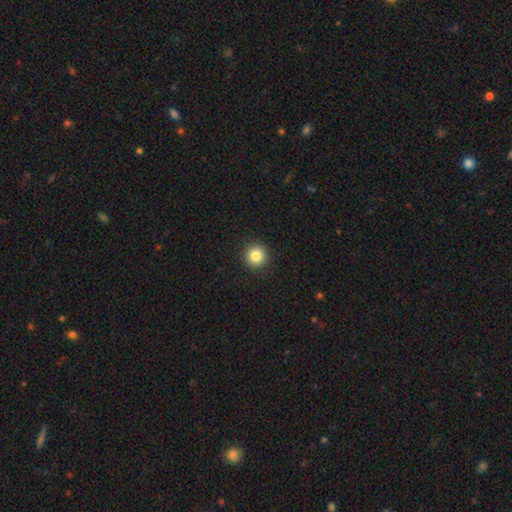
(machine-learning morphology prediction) This appears to be a smooth galaxy with no disk features (84%) that is round (95%). Merging: none (93%).